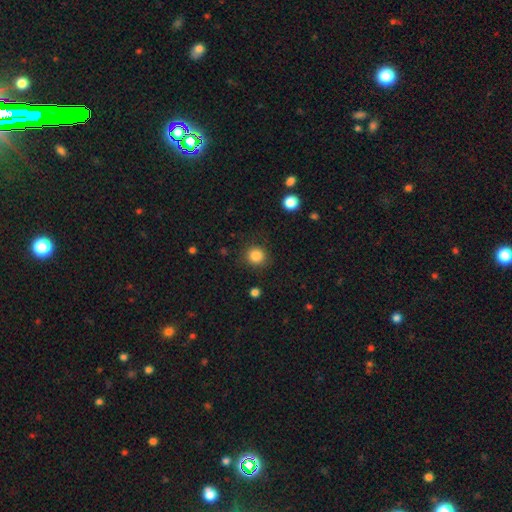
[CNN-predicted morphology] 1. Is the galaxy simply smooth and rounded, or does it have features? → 85% smooth, 11% star or artifact, 4% featured or disk.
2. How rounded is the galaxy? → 91% round, 8% in between, 1% cigar-shaped.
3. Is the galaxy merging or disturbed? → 88% none, 8% minor disturbance, 3% major disturbance, 1% merger.